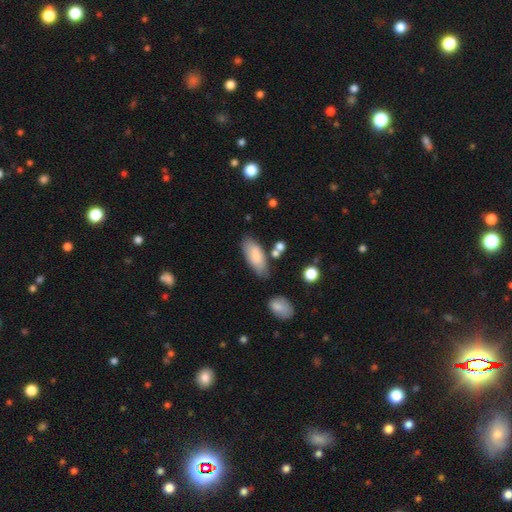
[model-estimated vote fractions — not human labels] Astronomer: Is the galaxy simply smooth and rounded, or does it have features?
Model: smooth — 83%.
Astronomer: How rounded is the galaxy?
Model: in between — 81%.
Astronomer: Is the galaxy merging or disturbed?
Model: none — 69%.